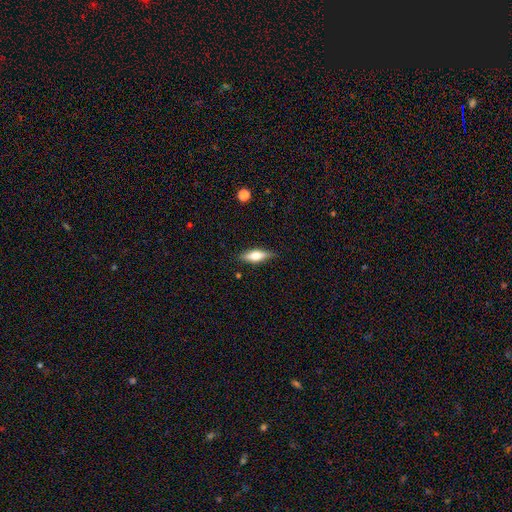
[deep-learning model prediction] A smooth galaxy with no disk features (55%) that is in between round and cigar-shaped (55%).

Vote fractions:
- Smooth or featured? smooth: 55% / featured or disk: 39% / star or artifact: 7%
- How rounded? in between: 55% / cigar-shaped: 43% / round: 3%
- Merging? none: 86% / minor disturbance: 11% / major disturbance: 2% / merger: 1%